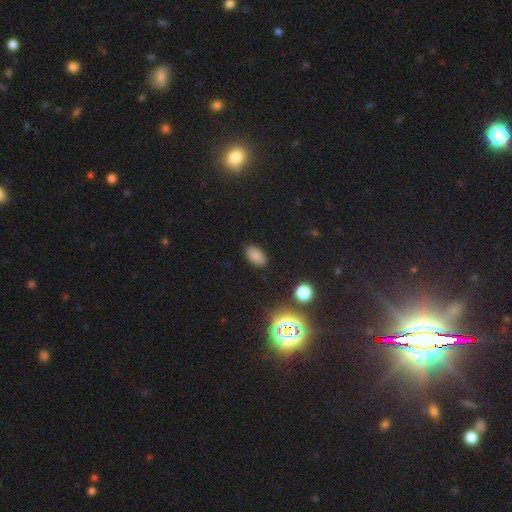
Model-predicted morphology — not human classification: smooth-or-featured: smooth: 81% | star or artifact: 15% | featured or disk: 5%
  how-rounded: in between: 91% | round: 7% | cigar-shaped: 2%
  merging: none: 86% | minor disturbance: 10% | major disturbance: 3% | merger: 1%